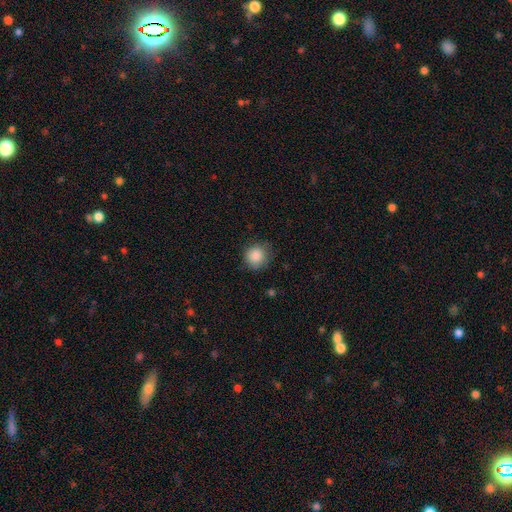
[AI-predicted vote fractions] Smooth or featured? Predicted: smooth (p=0.87). How rounded? Predicted: round (p=0.87). Merging? Predicted: none (p=0.78).